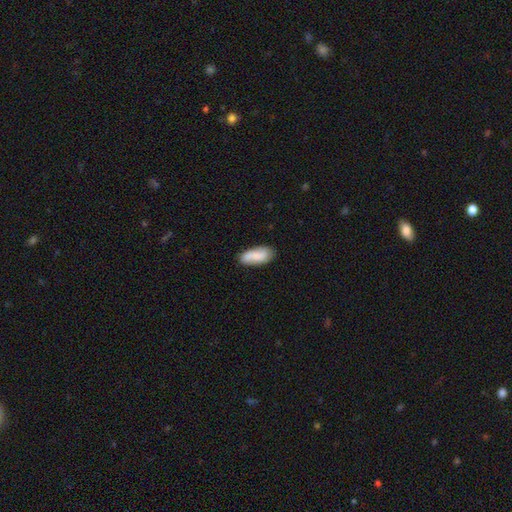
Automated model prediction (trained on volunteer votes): Q: Smooth or featured?
A: smooth (80%); runner-up: featured or disk (13%)
Q: How rounded?
A: in between (83%); runner-up: cigar-shaped (14%)
Q: Merging?
A: none (79%); runner-up: minor disturbance (16%)